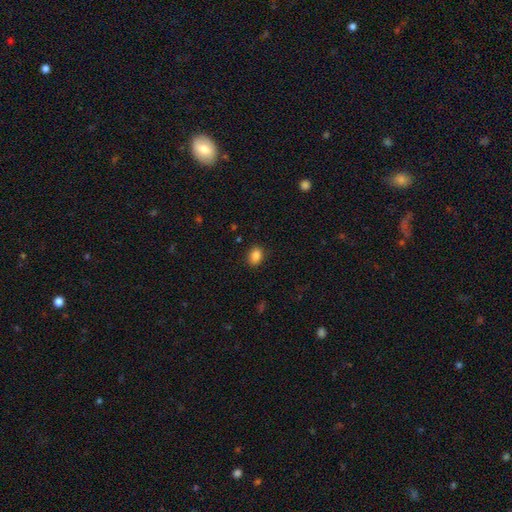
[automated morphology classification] smooth-or-featured: smooth: 87% | star or artifact: 9% | featured or disk: 4%
  how-rounded: in between: 69% | round: 30% | cigar-shaped: 1%
  merging: none: 88% | minor disturbance: 9% | major disturbance: 2% | merger: 1%